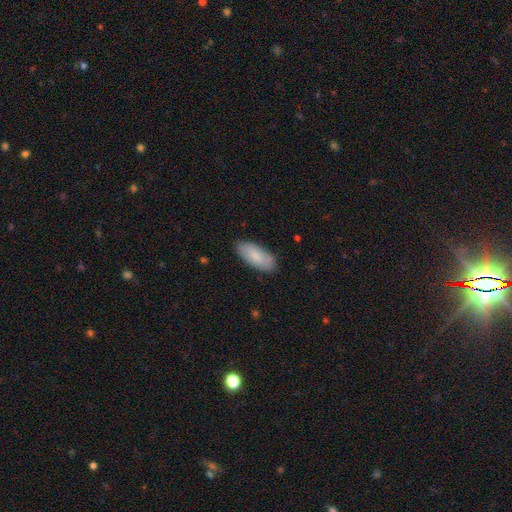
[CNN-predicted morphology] A smooth galaxy with no disk features (83%) that is in between round and cigar-shaped (83%). Merging: none (86%).